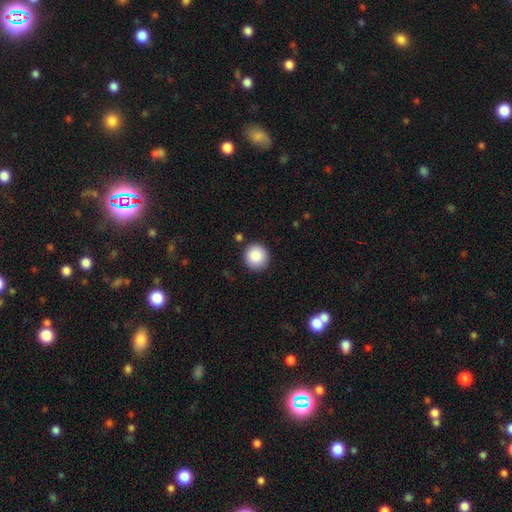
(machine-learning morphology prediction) Overall: smooth (88%). How rounded: round (94%). Merging: none (89%).